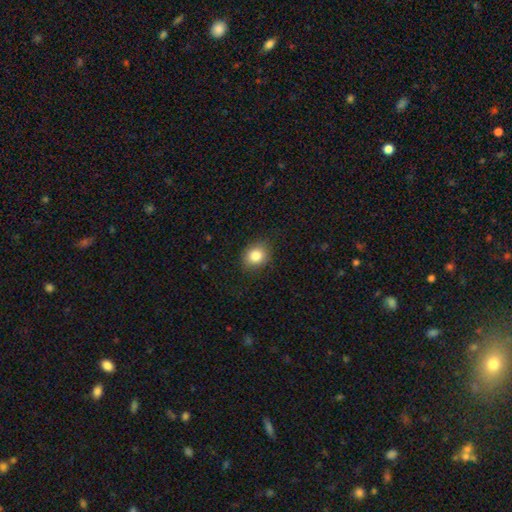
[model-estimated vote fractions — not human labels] Morphology: type=smooth (84%); roundness=round (60%); merging=none (85%).